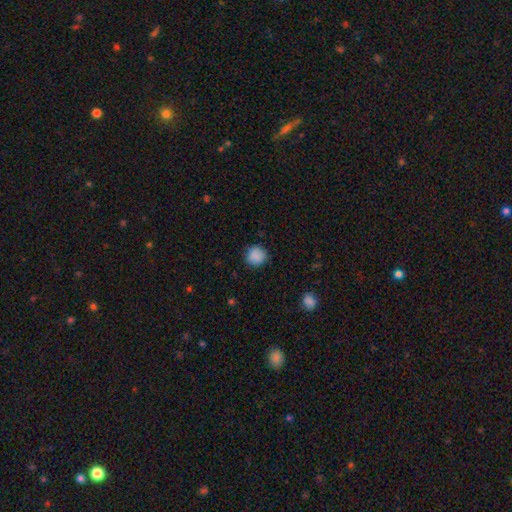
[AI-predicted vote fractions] smooth-or-featured: smooth: 86% | star or artifact: 9% | featured or disk: 6%
  how-rounded: round: 90% | in between: 9% | cigar-shaped: 1%
  merging: none: 84% | minor disturbance: 12% | major disturbance: 3% | merger: 1%